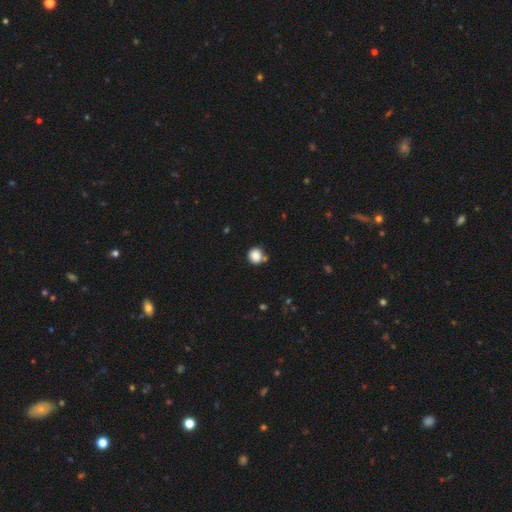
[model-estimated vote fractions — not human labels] Smooth or featured?
  - smooth: 84% *
  - star or artifact: 10%
  - featured or disk: 6%
How rounded?
  - round: 91% *
  - in between: 8%
  - cigar-shaped: 1%
Merging?
  - none: 72% *
  - minor disturbance: 13%
  - merger: 11%
  - major disturbance: 3%